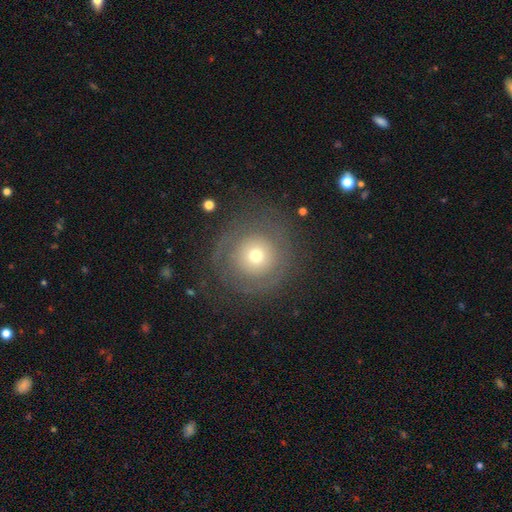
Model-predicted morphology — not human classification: Smooth or featured?
  - smooth: 49% *
  - featured or disk: 40%
  - star or artifact: 11%
Merging?
  - none: 75% *
  - minor disturbance: 13%
  - major disturbance: 11%
  - merger: 2%